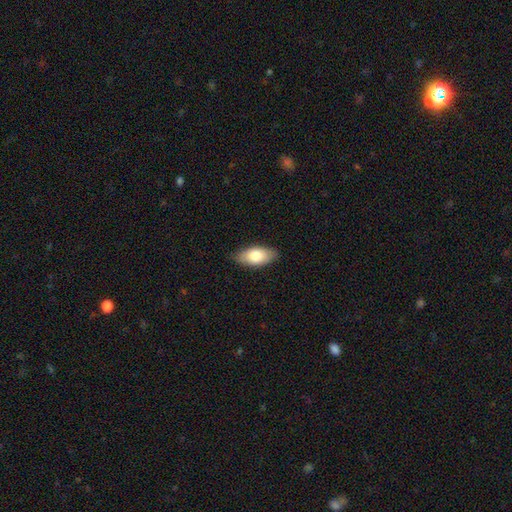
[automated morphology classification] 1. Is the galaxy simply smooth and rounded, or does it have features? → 79% smooth, 15% featured or disk, 6% star or artifact.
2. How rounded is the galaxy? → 90% in between, 7% cigar-shaped, 3% round.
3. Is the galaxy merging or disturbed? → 83% none, 14% minor disturbance, 2% major disturbance, 1% merger.